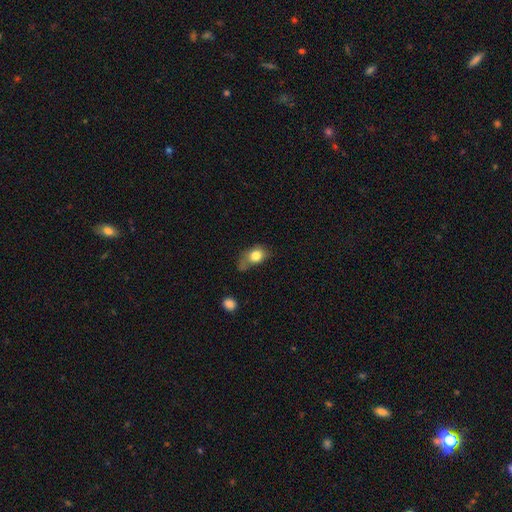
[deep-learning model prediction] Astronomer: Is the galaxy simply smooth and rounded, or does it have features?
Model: smooth — 79%.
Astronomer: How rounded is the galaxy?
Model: in between — 62%.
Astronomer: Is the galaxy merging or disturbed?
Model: minor disturbance — 34% (runner-up: none, 31%).